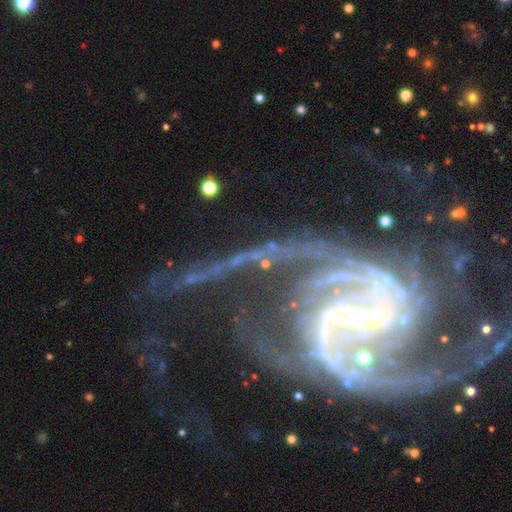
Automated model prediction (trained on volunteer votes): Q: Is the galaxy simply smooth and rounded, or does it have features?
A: featured or disk — 80%.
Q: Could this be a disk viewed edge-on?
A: no — 90%.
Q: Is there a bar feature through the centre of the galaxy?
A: strong — 43%.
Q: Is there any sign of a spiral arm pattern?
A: yes — 91%.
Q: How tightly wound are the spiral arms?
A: medium — 41%.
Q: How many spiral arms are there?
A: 2 — 47%.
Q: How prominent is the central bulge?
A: small — 47%.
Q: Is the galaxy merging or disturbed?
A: none — 52%.